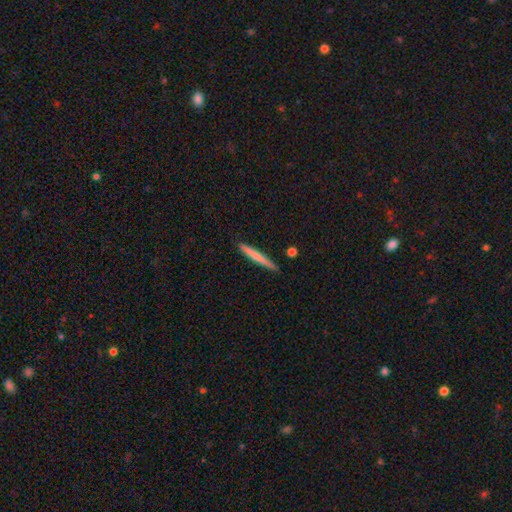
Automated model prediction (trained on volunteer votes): A smooth galaxy with no disk features (65%) that is cigar-shaped (96%). Merging: none (87%).